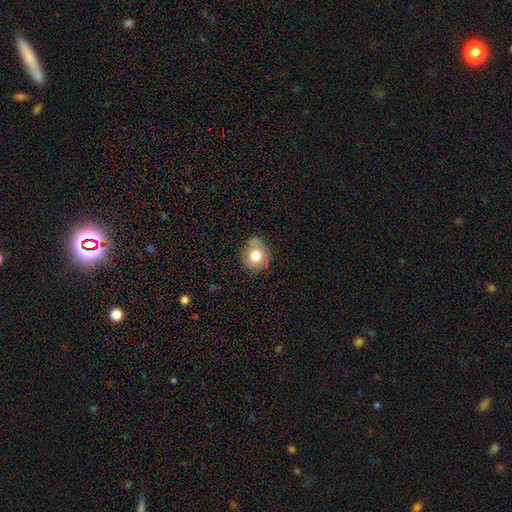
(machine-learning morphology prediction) smooth 72%, featured or disk 19%, star or artifact 9%. Down the decision tree: how rounded — round (74%); merging — none (69%).